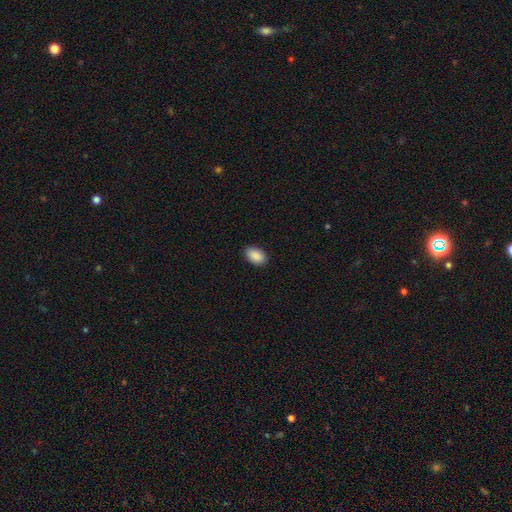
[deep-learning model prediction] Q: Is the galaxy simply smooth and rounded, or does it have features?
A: smooth — 91%.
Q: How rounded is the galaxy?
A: in between — 92%.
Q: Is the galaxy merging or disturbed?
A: none — 89%.